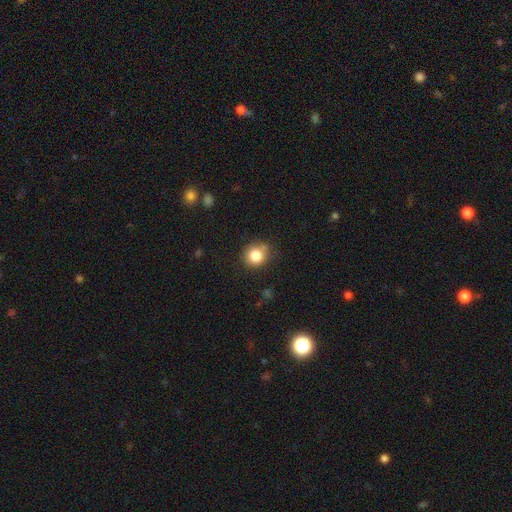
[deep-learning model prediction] A smooth galaxy with no disk features (82%) that is round (87%). Merging: none (73%).